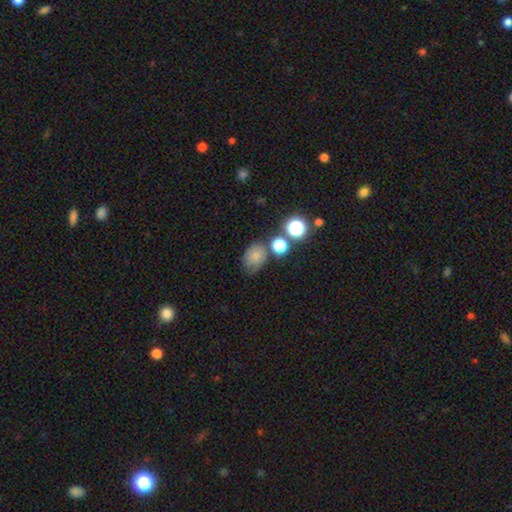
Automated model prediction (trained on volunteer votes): smooth-or-featured: smooth: 73% | star or artifact: 16% | featured or disk: 11%
  how-rounded: in between: 54% | round: 45% | cigar-shaped: 1%
  merging: none: 59% | minor disturbance: 21% | merger: 13% | major disturbance: 7%